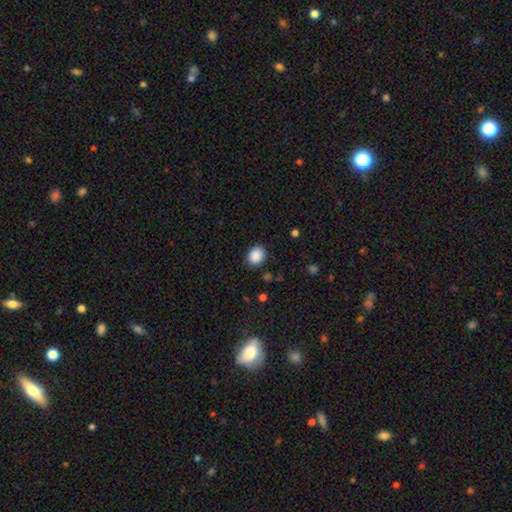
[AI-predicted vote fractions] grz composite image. It shows a smooth galaxy with no disk features (88%) that is round (55%). Merging: none (84%).